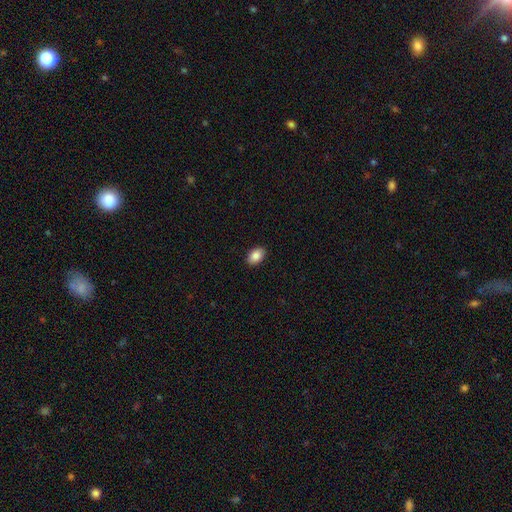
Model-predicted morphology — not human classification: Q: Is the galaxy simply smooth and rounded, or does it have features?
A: smooth — 87%.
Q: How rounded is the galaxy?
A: in between — 88%.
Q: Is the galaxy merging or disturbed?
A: none — 90%.